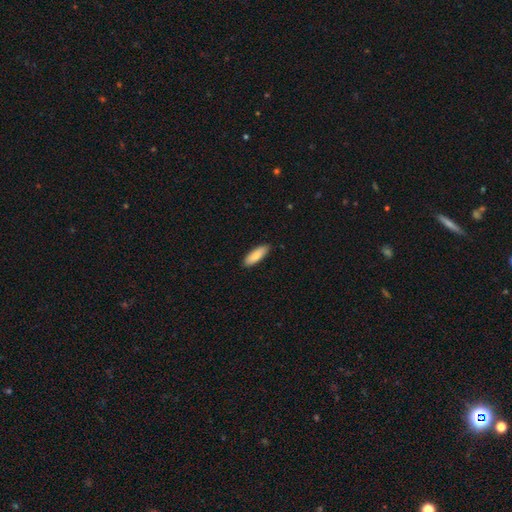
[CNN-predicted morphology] This is clearly a smooth galaxy (84%). How rounded: possibly in between (59%). Merging: clearly none (89%).